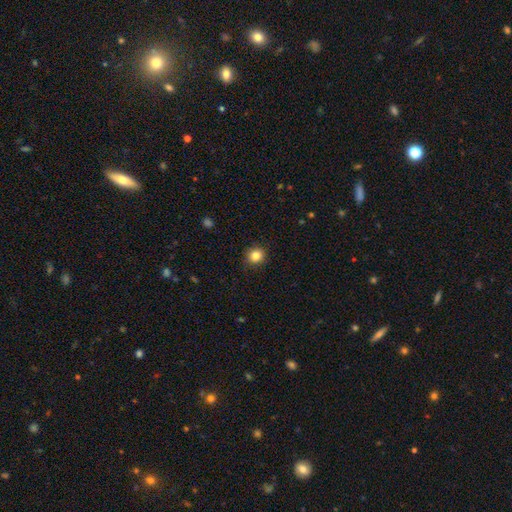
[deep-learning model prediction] The model was most divided on "smooth or featured": smooth: 84%, star or artifact: 11%, featured or disk: 5%. More confident: how rounded — round (89%); merging — none (89%).